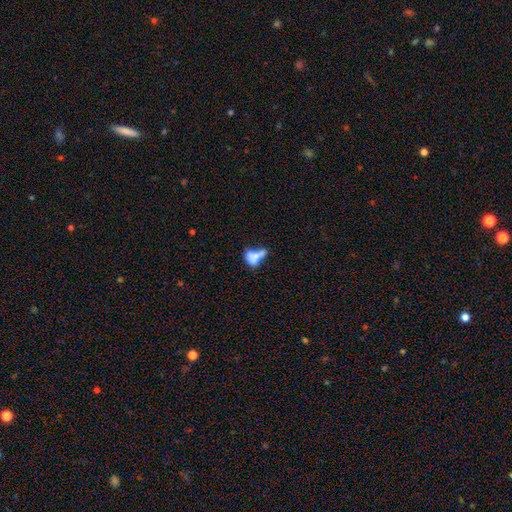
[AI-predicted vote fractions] This appears to be a smooth galaxy with no disk features (64%) that is in between round and cigar-shaped (77%). Merging: merger (45%).